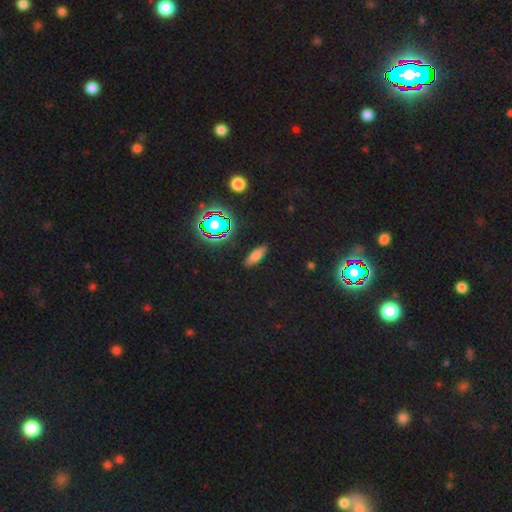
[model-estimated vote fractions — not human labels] A smooth galaxy with no disk features (66%) that is in between round and cigar-shaped (57%). Merging: none (87%).